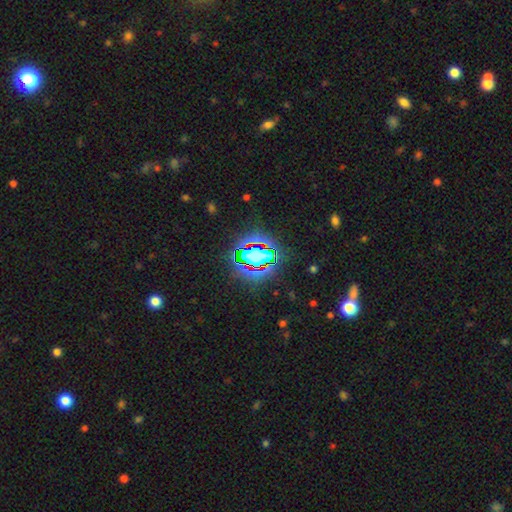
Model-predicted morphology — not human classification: This is likely a star or artifact rather than a galaxy (69%).